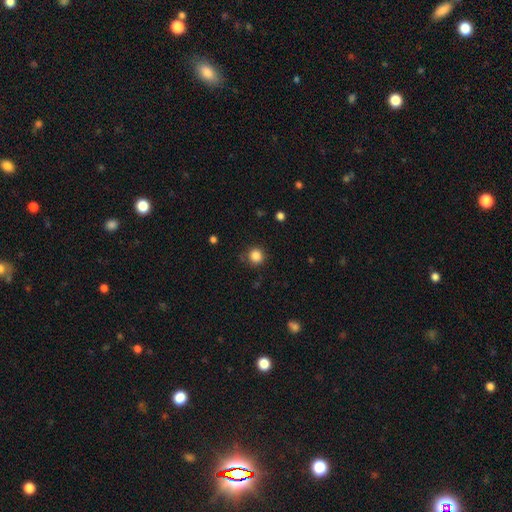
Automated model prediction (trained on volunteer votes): A smooth galaxy with no disk features (85%) that is round (92%).

Vote fractions:
- Smooth or featured? smooth: 85% / star or artifact: 11% / featured or disk: 4%
- How rounded? round: 92% / in between: 7% / cigar-shaped: 1%
- Merging? none: 84% / minor disturbance: 11% / major disturbance: 3% / merger: 2%